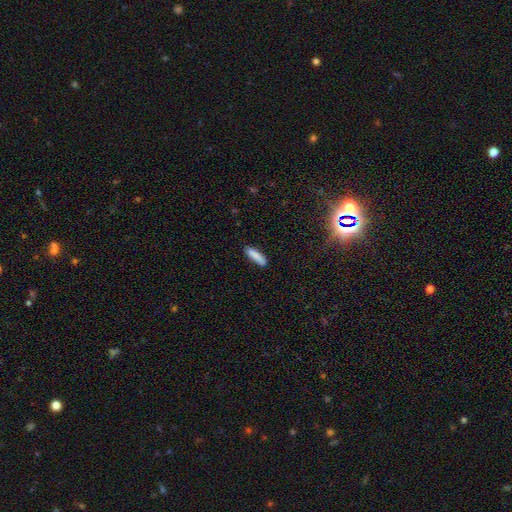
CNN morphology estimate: This is clearly a smooth galaxy (86%). How rounded: likely cigar-shaped (72%). Merging: clearly none (85%).